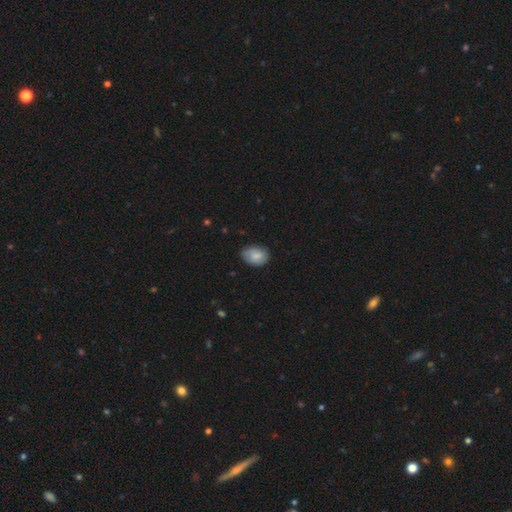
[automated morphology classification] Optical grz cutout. It shows a smooth galaxy with no disk features (76%) that is in between round and cigar-shaped (77%). Merging: none (73%).